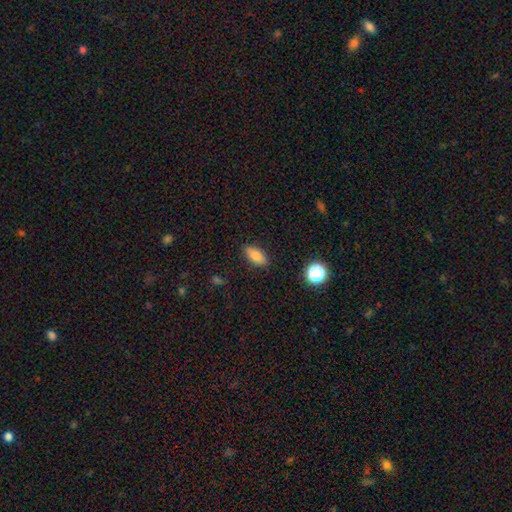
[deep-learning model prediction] This appears to be a smooth galaxy with no disk features (82%) that is in between round and cigar-shaped (84%). Merging: none (87%).